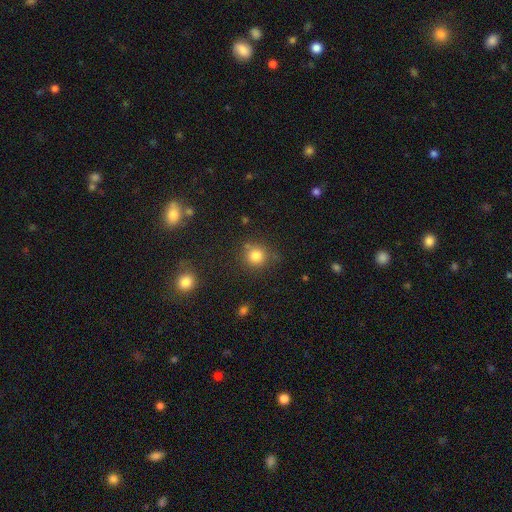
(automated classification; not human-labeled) smooth 82%, star or artifact 12%, featured or disk 6%. Down the decision tree: how rounded — round (91%); merging — none (76%).